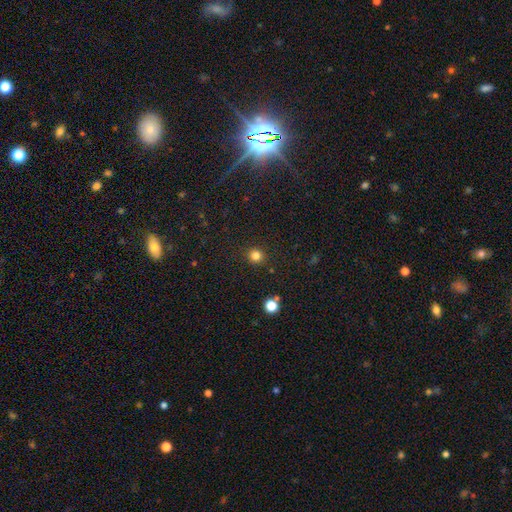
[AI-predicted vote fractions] Smooth or featured?
  - smooth: 82% *
  - star or artifact: 14%
  - featured or disk: 4%
How rounded?
  - round: 93% *
  - in between: 6%
  - cigar-shaped: 1%
Merging?
  - none: 91% *
  - minor disturbance: 6%
  - major disturbance: 2%
  - merger: 2%